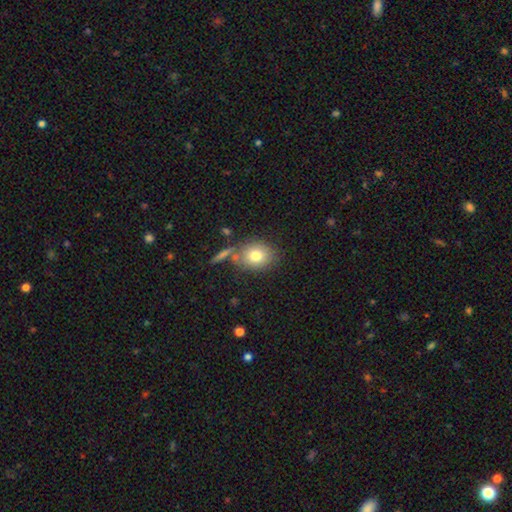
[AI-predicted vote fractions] Morphology: type=smooth (78%); roundness=round (51%); merging=none (68%).